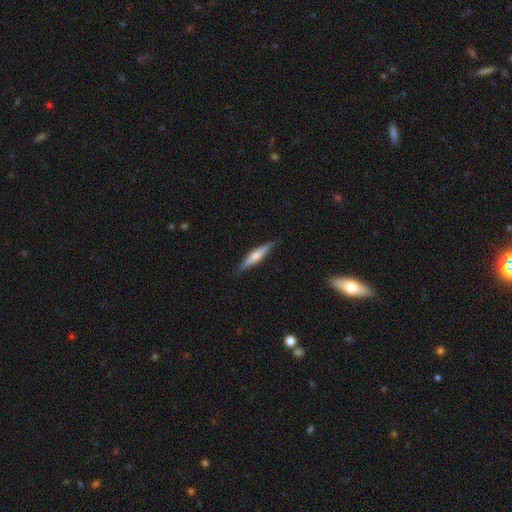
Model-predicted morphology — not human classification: Smooth or featured? Predicted: smooth (p=0.49). Merging? Predicted: none (p=0.88).